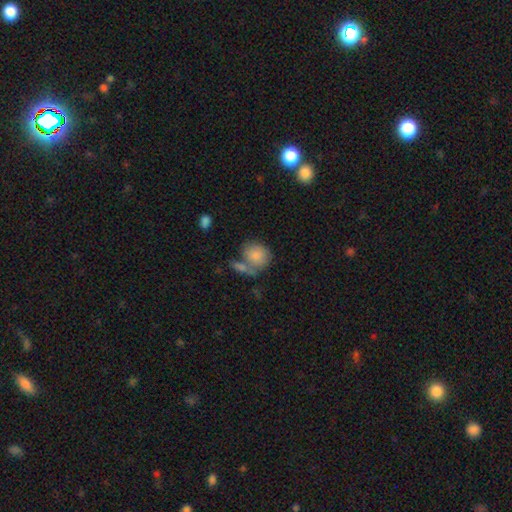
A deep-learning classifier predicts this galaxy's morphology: Q: Smooth or featured?
A: smooth (82%); runner-up: featured or disk (11%)
Q: How rounded?
A: round (73%); runner-up: in between (26%)
Q: Merging?
A: none (41%); runner-up: merger (34%)